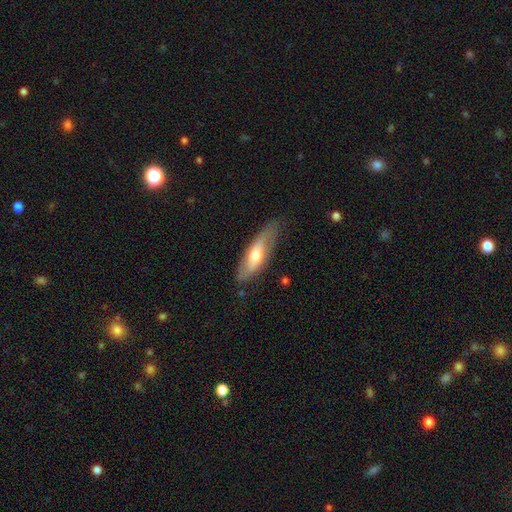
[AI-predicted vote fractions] This is possibly a smooth galaxy (52%). How rounded: possibly in between (52%). Merging: likely none (66%).